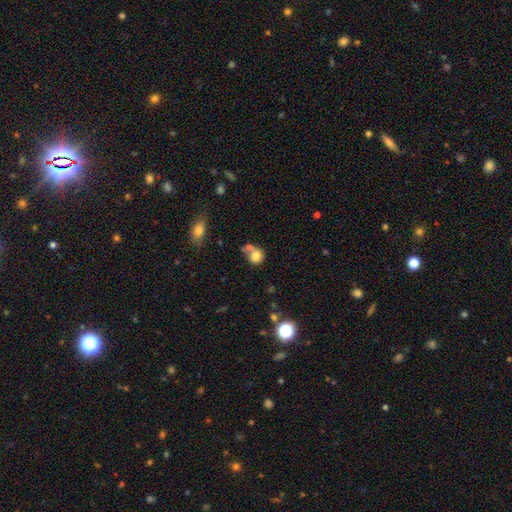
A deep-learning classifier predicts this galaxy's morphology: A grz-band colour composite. It shows a smooth galaxy with no disk features (78%) that is round (79%). Merging: merger (42%).